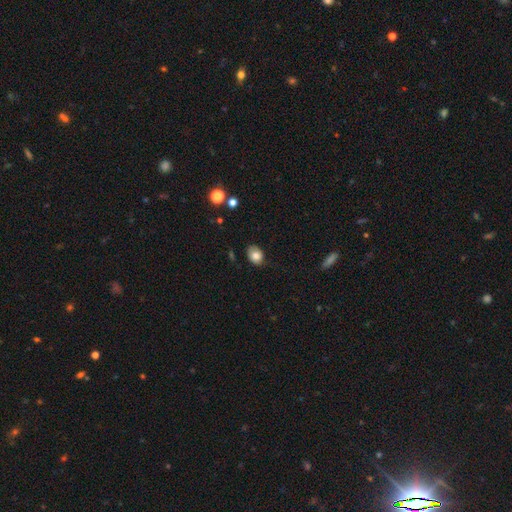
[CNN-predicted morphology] smooth-or-featured: smooth: 81% | featured or disk: 10% | star or artifact: 9%
  how-rounded: in between: 68% | round: 31% | cigar-shaped: 1%
  merging: none: 75% | minor disturbance: 20% | major disturbance: 4% | merger: 1%